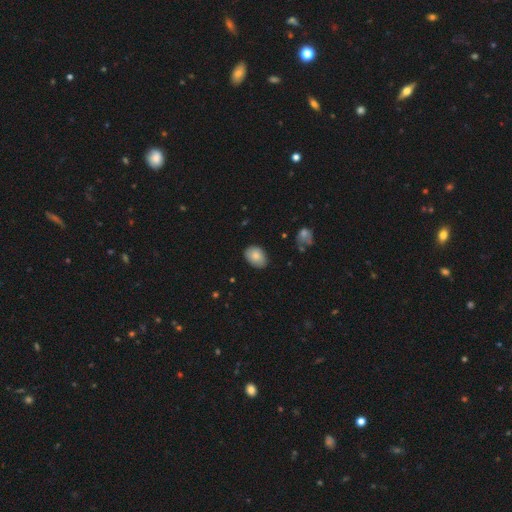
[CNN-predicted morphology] Smooth or featured? Predicted: smooth (p=0.83). How rounded? Predicted: in between (p=0.81). Merging? Predicted: none (p=0.81).